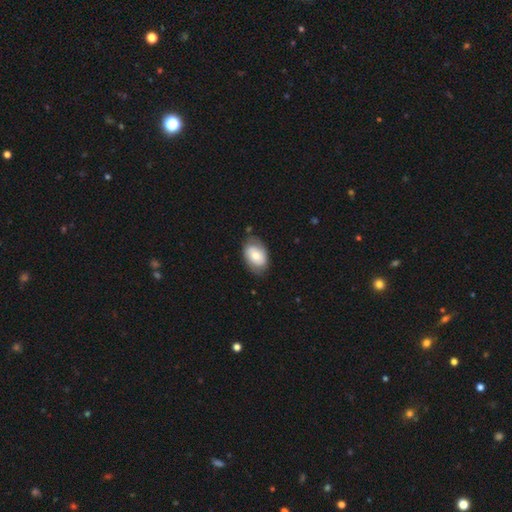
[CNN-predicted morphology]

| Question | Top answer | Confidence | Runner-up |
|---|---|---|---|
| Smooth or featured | smooth | 65% | featured or disk (29%) |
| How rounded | in between | 86% | round (13%) |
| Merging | none | 74% | minor disturbance (20%) |